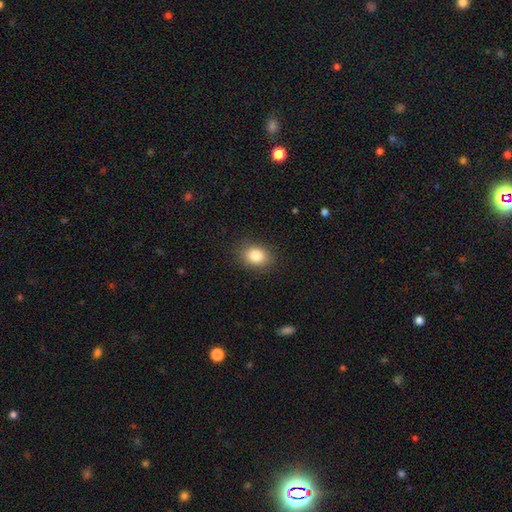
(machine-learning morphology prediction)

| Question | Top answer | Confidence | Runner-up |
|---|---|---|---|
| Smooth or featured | smooth | 84% | star or artifact (10%) |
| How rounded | in between | 58% | round (41%) |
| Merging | none | 87% | minor disturbance (10%) |